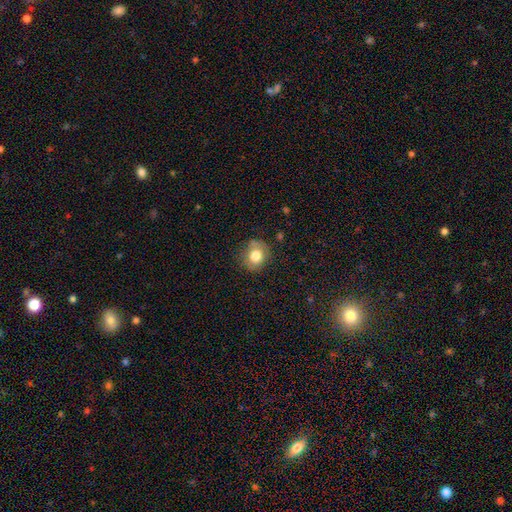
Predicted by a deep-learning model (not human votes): This appears to be a smooth galaxy with no disk features (76%) that is round (75%). Merging: none (76%).